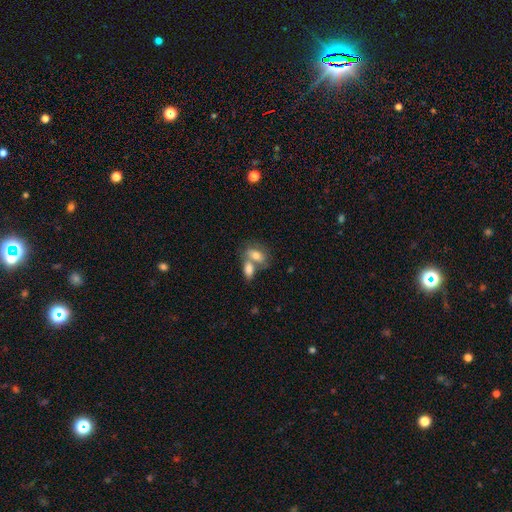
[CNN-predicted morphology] Smooth or featured?
  - smooth: 62% *
  - featured or disk: 25%
  - star or artifact: 13%
How rounded?
  - in between: 79% *
  - round: 16%
  - cigar-shaped: 6%
Merging?
  - merger: 49% *
  - none: 38%
  - minor disturbance: 9%
  - major disturbance: 4%